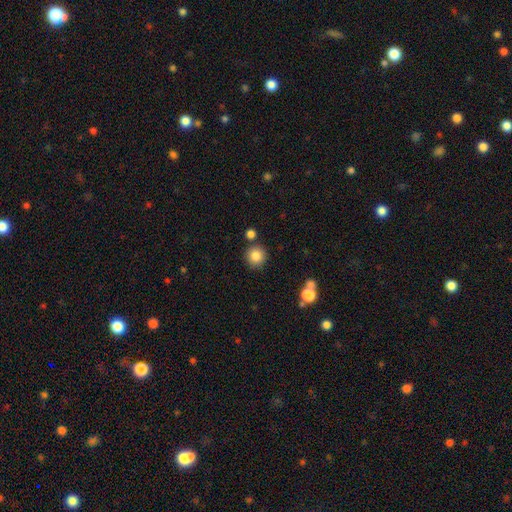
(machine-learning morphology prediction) Overall: smooth (84%). How rounded: round (93%). Merging: none (83%).